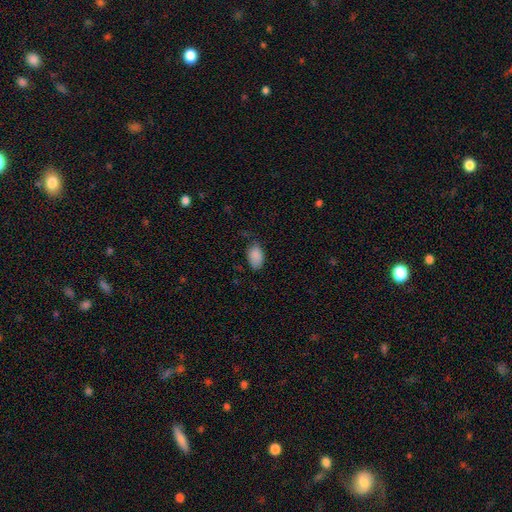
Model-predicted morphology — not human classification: The model was most divided on "merging": none: 67%, minor disturbance: 26%, major disturbance: 5%, merger: 1%. More confident: how rounded — in between (91%); smooth or featured — smooth (88%).